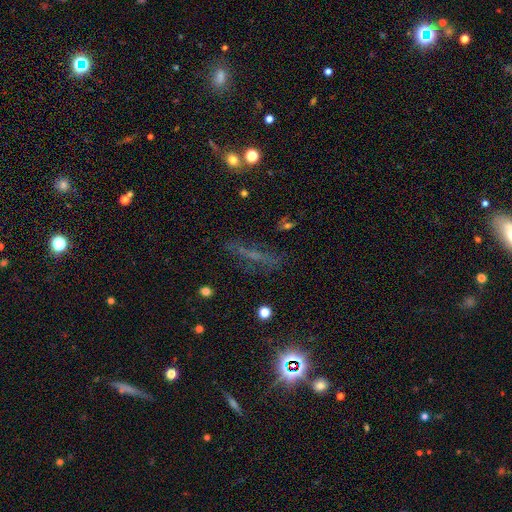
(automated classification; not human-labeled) smooth_or_featured: featured or disk (p=0.37) [alt: smooth p=0.33]
merging: none (p=0.70) [alt: minor disturbance p=0.17]